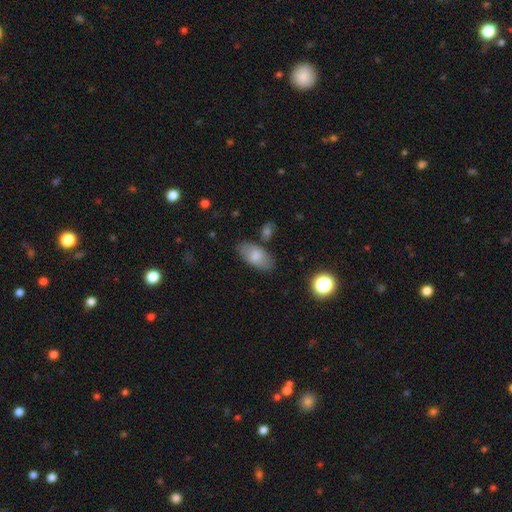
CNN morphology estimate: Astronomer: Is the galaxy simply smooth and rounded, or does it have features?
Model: smooth — 75%.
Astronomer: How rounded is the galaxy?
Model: in between — 92%.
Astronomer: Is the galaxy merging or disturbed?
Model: none — 77%.